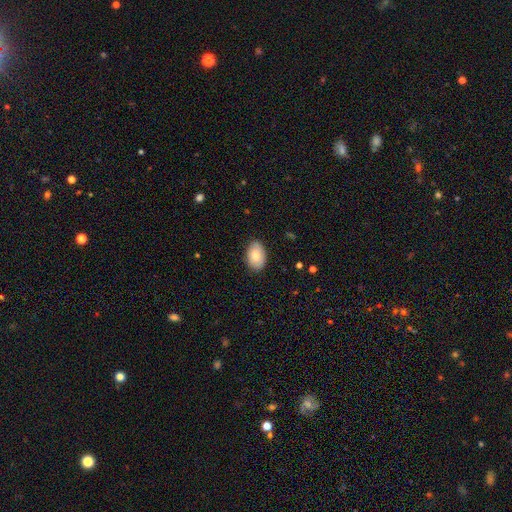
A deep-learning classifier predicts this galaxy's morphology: Smooth or featured: smooth — 78% (featured or disk — 15%)
How rounded: in between — 89% (round — 10%)
Merging: none — 82% (minor disturbance — 14%)